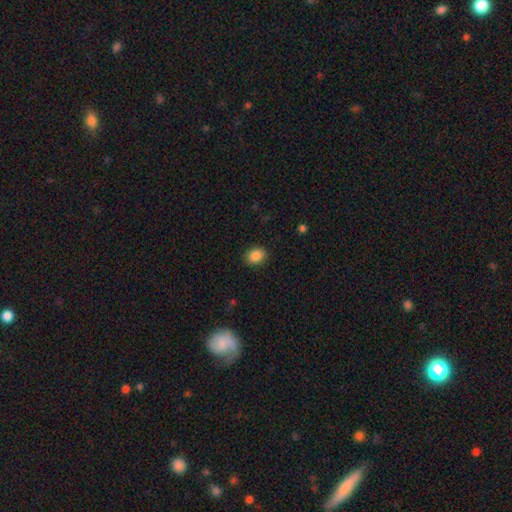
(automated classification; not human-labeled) A smooth galaxy with no disk features (87%) that is in between round and cigar-shaped (67%).

Vote fractions:
- Smooth or featured? smooth: 87% / star or artifact: 9% / featured or disk: 4%
- How rounded? in between: 67% / round: 32% / cigar-shaped: 1%
- Merging? none: 88% / minor disturbance: 9% / major disturbance: 2% / merger: 1%